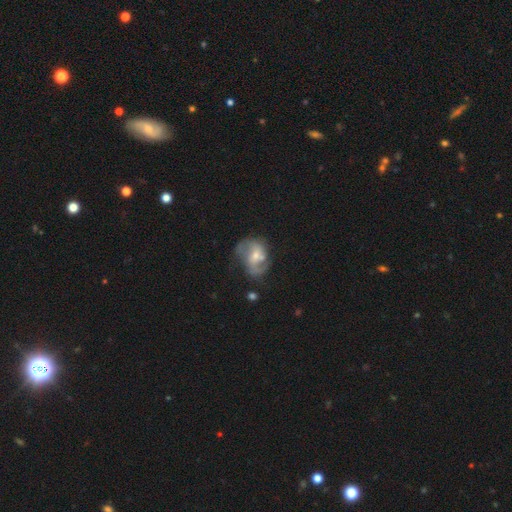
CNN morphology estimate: smooth-or-featured: featured or disk: 68% | smooth: 24% | star or artifact: 7%
  disk-edge-on: no: 97% | yes: 3%
    bar: no: 51% | weak: 38% | strong: 11%
    has-spiral-arms: yes: 77% | no: 23%
      spiral-winding: medium: 43% | loose: 41% | tight: 15%
      spiral-arm-count: 2: 70% | can't tell: 15% | 1: 6% | 3: 6% | 4: 2% | more than 4: 2%
    bulge-size: small: 48% | moderate: 42% | none: 5% | large: 4% | dominant: 1%
  merging: none: 42% | minor disturbance: 25% | major disturbance: 24% | merger: 8%